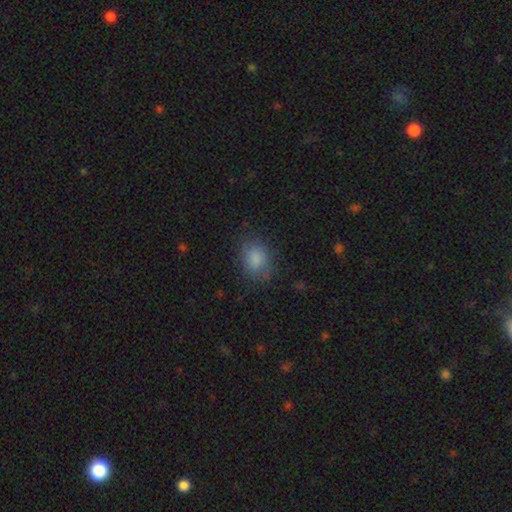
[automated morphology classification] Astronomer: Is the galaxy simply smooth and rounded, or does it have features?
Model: smooth — 84%.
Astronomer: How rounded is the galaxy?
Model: in between — 61% (runner-up: round, 38%).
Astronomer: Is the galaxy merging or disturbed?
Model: none — 76%.